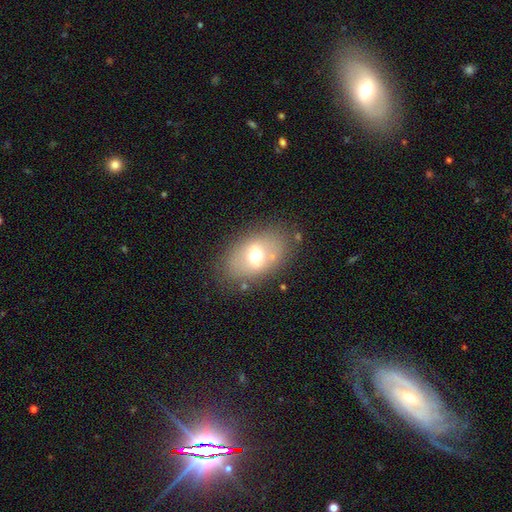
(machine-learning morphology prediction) Smooth or featured? Predicted: smooth (p=0.59). How rounded? Predicted: in between (p=0.81). Merging? Predicted: none (p=0.77).